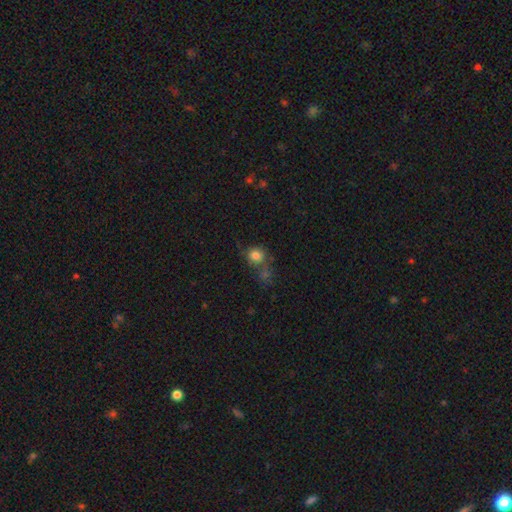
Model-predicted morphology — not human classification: A smooth galaxy with no disk features (79%) that is round (81%).

Vote fractions:
- Smooth or featured? smooth: 79% / star or artifact: 12% / featured or disk: 9%
- How rounded? round: 81% / in between: 18% / cigar-shaped: 1%
- Merging? none: 49% / merger: 24% / minor disturbance: 16% / major disturbance: 11%